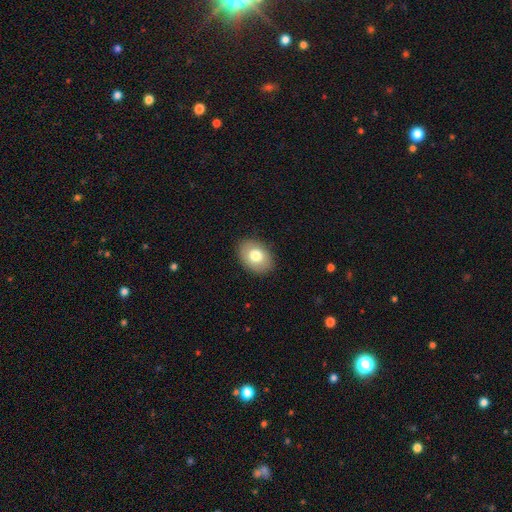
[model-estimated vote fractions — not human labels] Smooth or featured? Predicted: smooth (p=0.75). How rounded? Predicted: in between (p=0.76). Merging? Predicted: none (p=0.87).